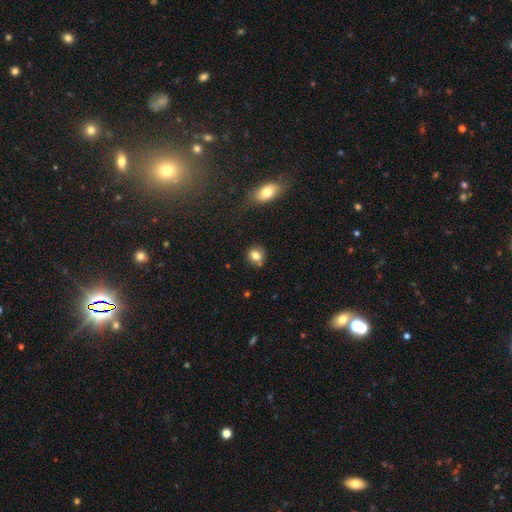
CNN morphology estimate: Smooth or featured? Predicted: smooth (p=0.79). How rounded? Predicted: round (p=0.74). Merging? Predicted: none (p=0.76).